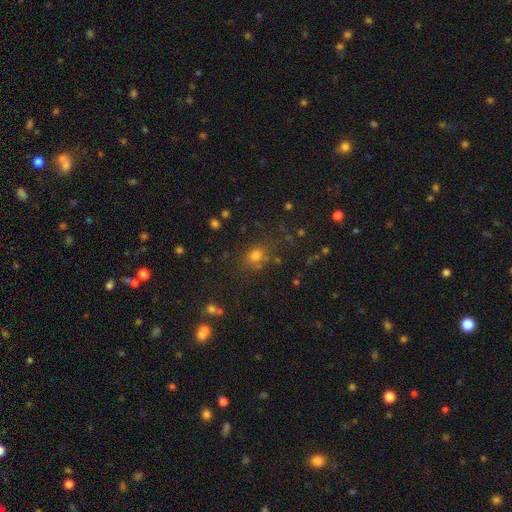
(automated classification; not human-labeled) The model was most divided on "how rounded": round: 61%, in between: 38%, cigar-shaped: 2%. More confident: merging — none (74%); smooth or featured — smooth (69%).